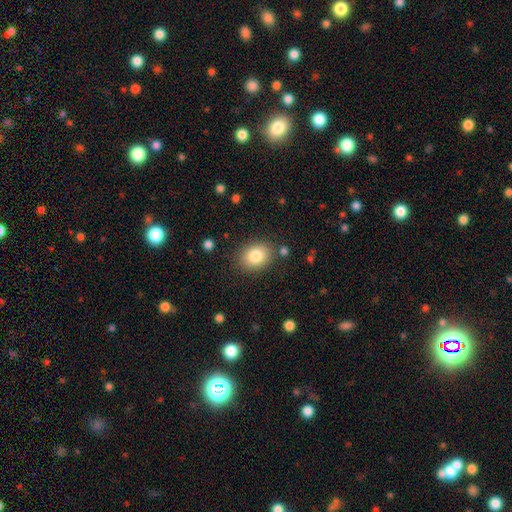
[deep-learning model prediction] smooth 83%, featured or disk 9%, star or artifact 9%. Down the decision tree: how rounded — in between (58%); merging — none (85%).